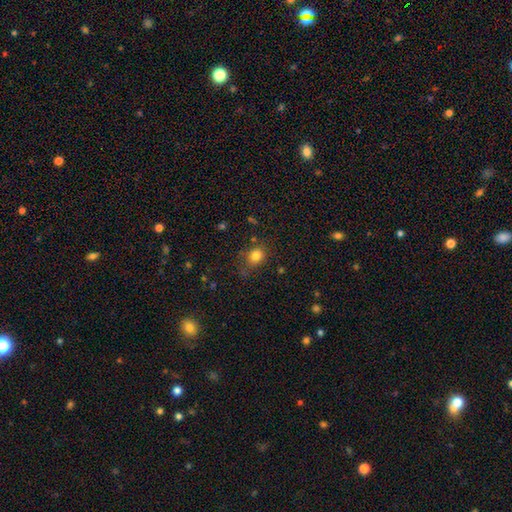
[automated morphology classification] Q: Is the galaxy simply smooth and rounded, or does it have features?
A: smooth — 82%.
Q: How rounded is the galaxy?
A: round — 55%.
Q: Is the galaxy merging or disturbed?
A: none — 70%.